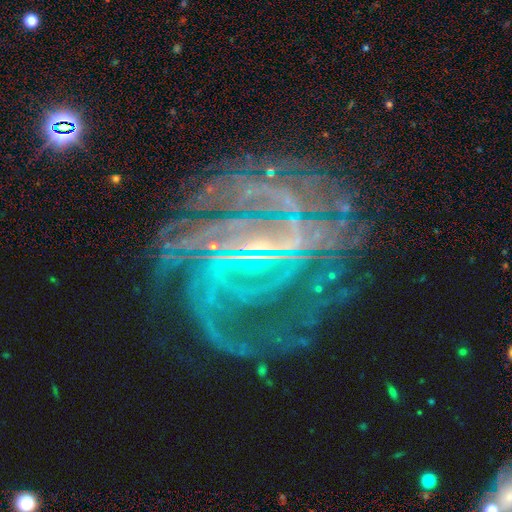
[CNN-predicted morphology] Smooth or featured? featured or disk (86%)
Edge-on disk? no (97%)
Bar? strong (45%)
Spiral arms? yes (97%)
Spiral winding? tight (58%)
Spiral arm count? 2 (24%)
Bulge size? small (60%)
Merging? none (65%)